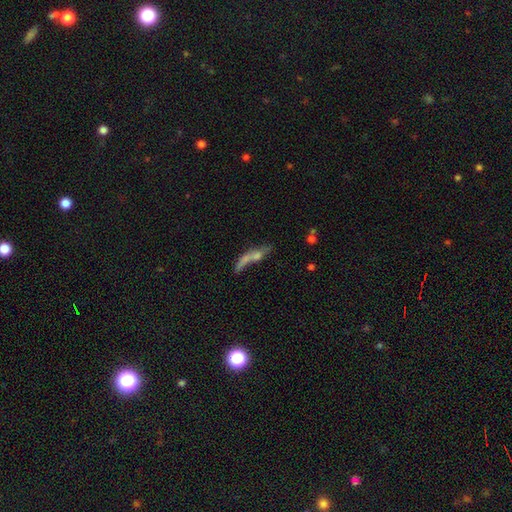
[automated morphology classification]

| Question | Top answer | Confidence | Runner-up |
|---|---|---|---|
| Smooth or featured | featured or disk | 45% | smooth (42%) |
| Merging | major disturbance | 29% | tied: none (29%) |